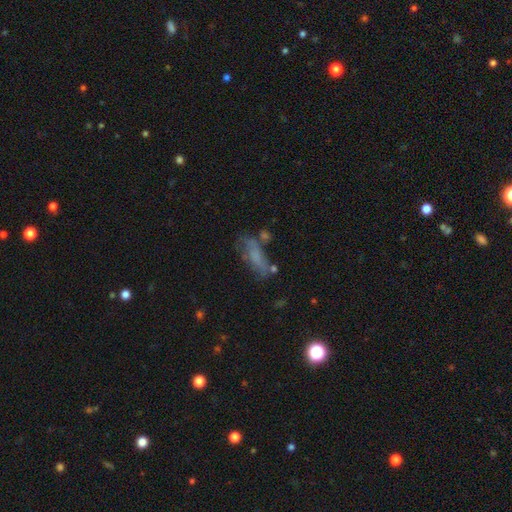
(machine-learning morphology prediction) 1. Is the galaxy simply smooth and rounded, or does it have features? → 52% smooth, 33% featured or disk, 15% star or artifact.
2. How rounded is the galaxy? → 51% in between, 46% cigar-shaped, 3% round.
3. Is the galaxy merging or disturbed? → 46% none, 24% minor disturbance, 18% major disturbance, 12% merger.